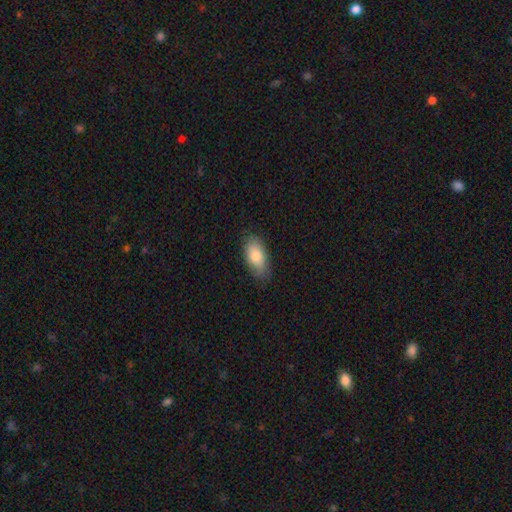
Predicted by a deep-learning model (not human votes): smooth_or_featured: smooth (p=0.81) [alt: featured or disk p=0.12]
how_rounded: in between (p=0.89) [alt: cigar-shaped p=0.08]
merging: none (p=0.79) [alt: minor disturbance p=0.17]